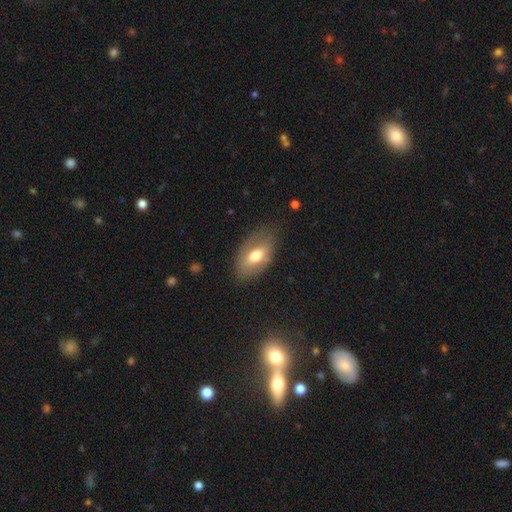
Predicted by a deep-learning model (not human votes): Overall: smooth (65%; featured or disk 28%). How rounded: in between (91%). Merging: none (69%).